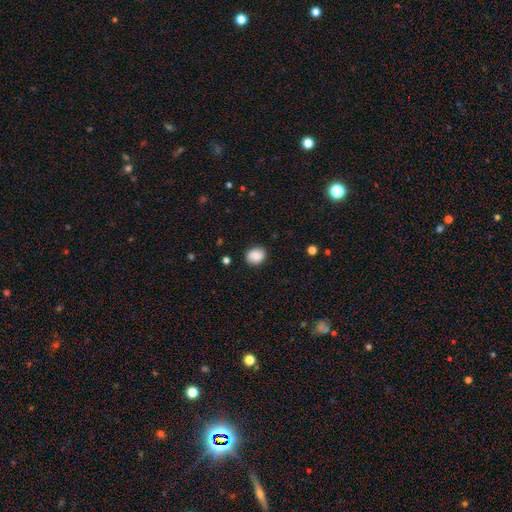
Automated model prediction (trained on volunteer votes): smooth-or-featured: smooth: 84% | featured or disk: 8% | star or artifact: 8%
  how-rounded: round: 63% | in between: 36% | cigar-shaped: 1%
  merging: none: 84% | minor disturbance: 11% | major disturbance: 3% | merger: 1%